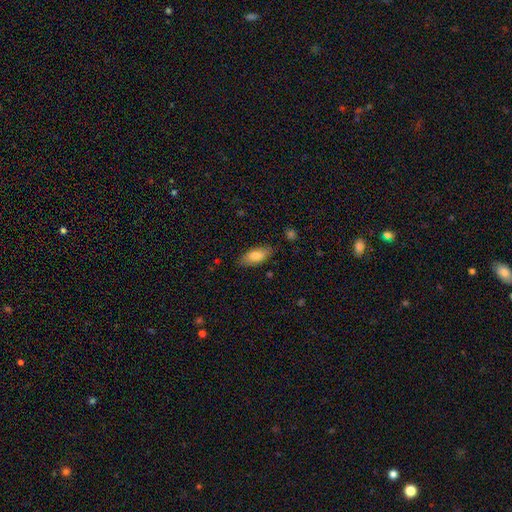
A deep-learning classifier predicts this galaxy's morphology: Q: Smooth or featured?
A: smooth (80%); runner-up: featured or disk (13%)
Q: How rounded?
A: in between (85%); runner-up: cigar-shaped (13%)
Q: Merging?
A: none (81%); runner-up: minor disturbance (14%)